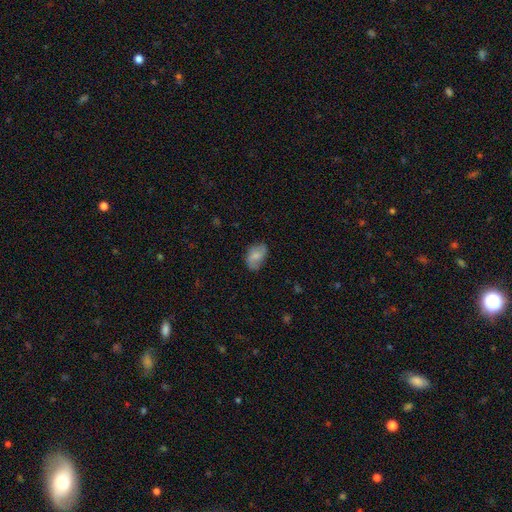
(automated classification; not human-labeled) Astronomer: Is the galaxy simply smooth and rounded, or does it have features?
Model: smooth — 70%.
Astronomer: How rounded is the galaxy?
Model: in between — 88%.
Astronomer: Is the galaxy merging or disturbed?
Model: none — 71%.